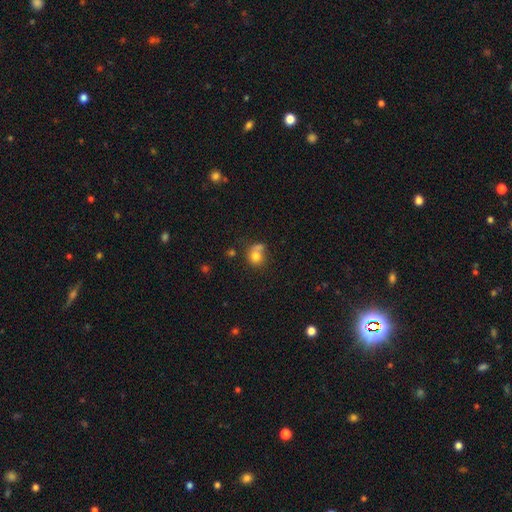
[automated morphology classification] This appears to be a smooth galaxy with no disk features (77%) that is round (78%). Merging: none (43%).